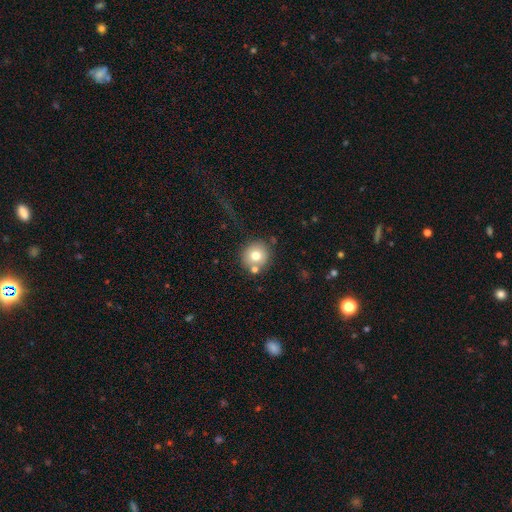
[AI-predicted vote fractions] smooth_or_featured: smooth (p=0.74) [alt: featured or disk p=0.16]
how_rounded: round (p=0.91) [alt: in between p=0.08]
merging: none (p=0.71) [alt: merger p=0.14]